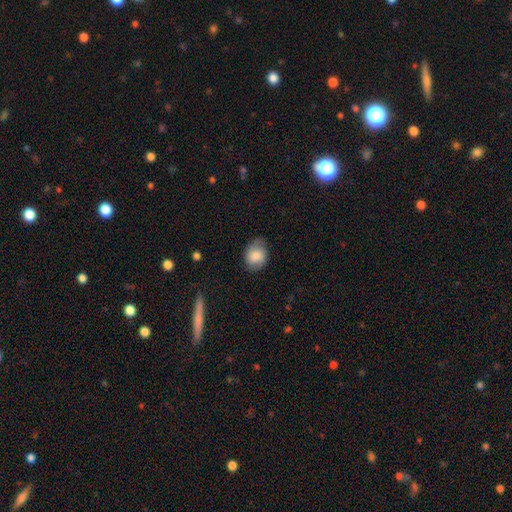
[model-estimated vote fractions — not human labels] This is likely a smooth galaxy (70%). How rounded: possibly in between (55%). Merging: likely none (67%).